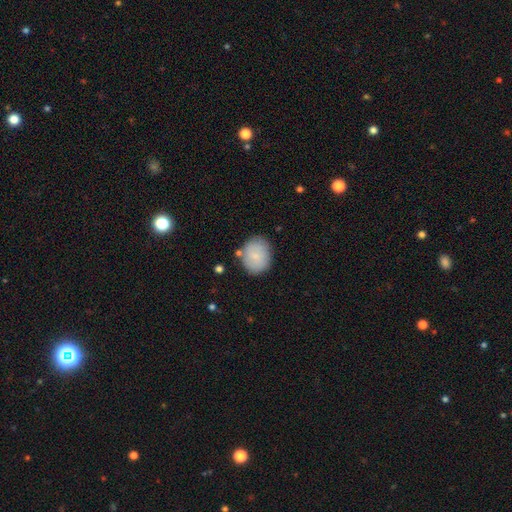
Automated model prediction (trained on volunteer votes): Smooth or featured? Predicted: smooth (p=0.80). How rounded? Predicted: round (p=0.59). Merging? Predicted: none (p=0.75).